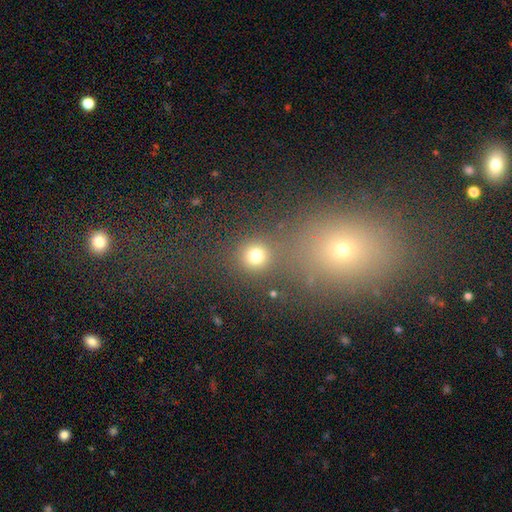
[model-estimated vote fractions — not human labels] This is likely a smooth galaxy (75%). How rounded: clearly round (88%). Merging: likely none (74%).